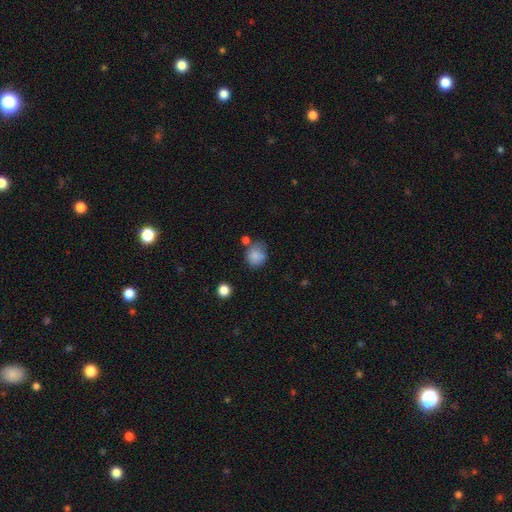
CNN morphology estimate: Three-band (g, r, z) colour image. It shows a smooth galaxy with no disk features (82%) that is round (78%). Merging: none (56%).